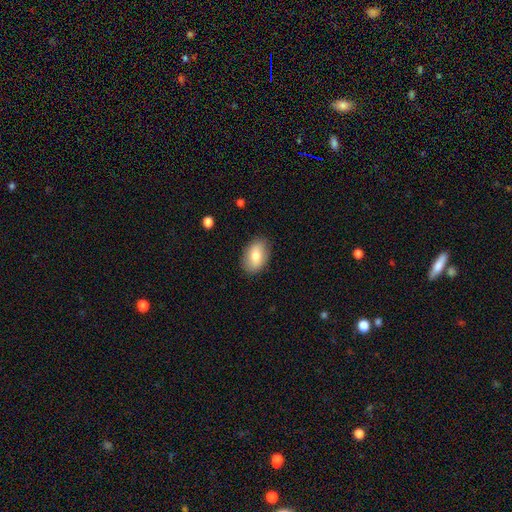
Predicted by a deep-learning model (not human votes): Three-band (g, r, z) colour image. It shows a smooth galaxy with no disk features (71%) that is in between round and cigar-shaped (86%). Merging: none (87%).